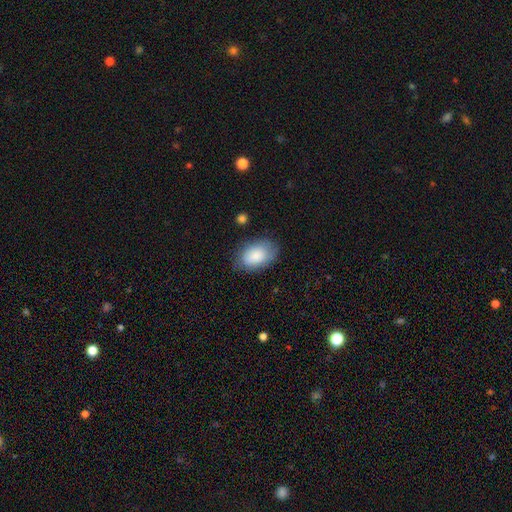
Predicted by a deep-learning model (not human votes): This is clearly a smooth galaxy (83%). How rounded: clearly in between (91%). Merging: likely none (73%).